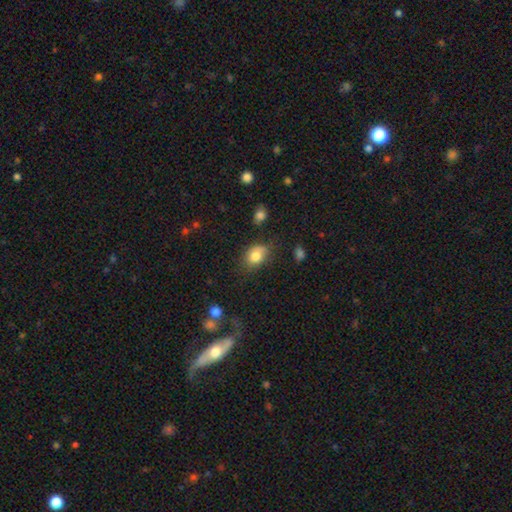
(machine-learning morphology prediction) smooth-or-featured: smooth: 81% | featured or disk: 10% | star or artifact: 9%
  how-rounded: in between: 69% | round: 30% | cigar-shaped: 1%
  merging: none: 64% | minor disturbance: 26% | major disturbance: 7% | merger: 3%